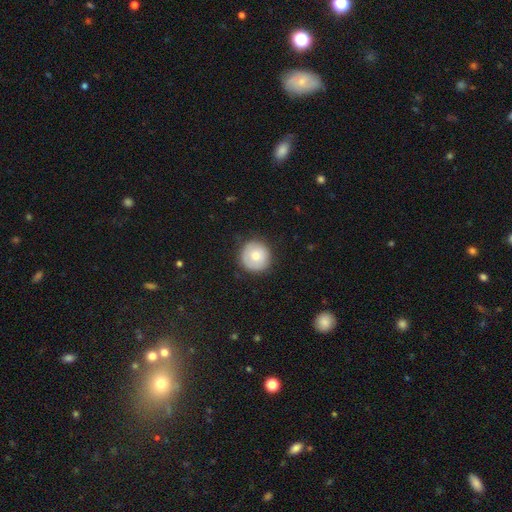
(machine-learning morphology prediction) Smooth or featured? smooth (71%)
How rounded? round (95%)
Merging? none (84%)